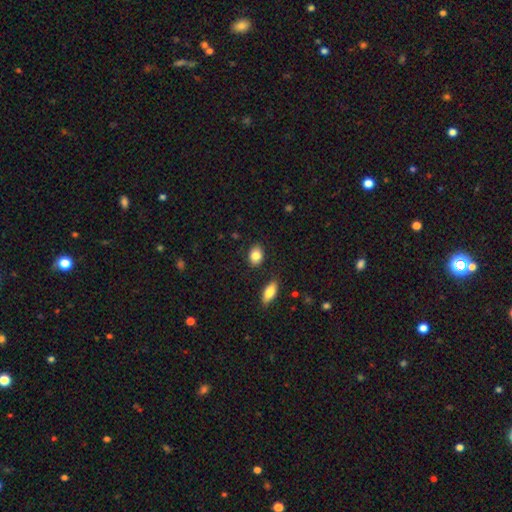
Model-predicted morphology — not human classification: smooth 84%, star or artifact 8%, featured or disk 8%. Down the decision tree: how rounded — in between (73%); merging — none (86%).